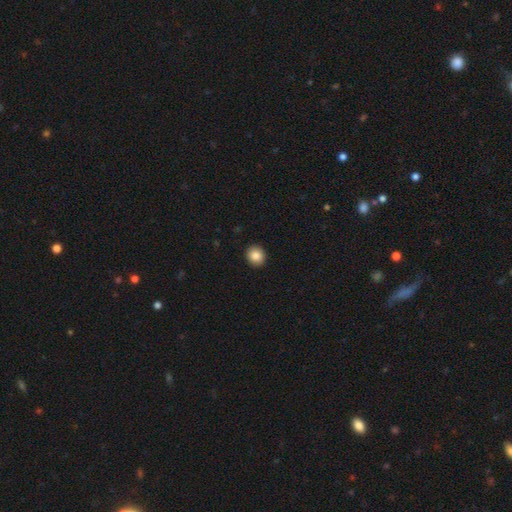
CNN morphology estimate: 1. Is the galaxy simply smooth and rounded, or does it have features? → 87% smooth, 9% star or artifact, 5% featured or disk.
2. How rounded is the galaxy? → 83% round, 16% in between, 1% cigar-shaped.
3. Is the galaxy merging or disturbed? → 92% none, 5% minor disturbance, 2% major disturbance, 1% merger.